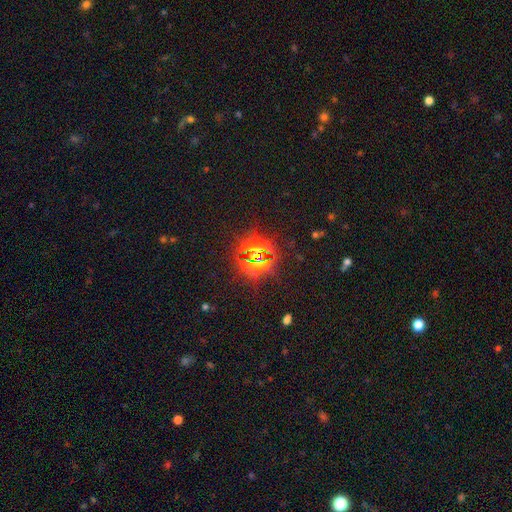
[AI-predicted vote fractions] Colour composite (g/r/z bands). It shows a star or artifact, not a galaxy (80%).